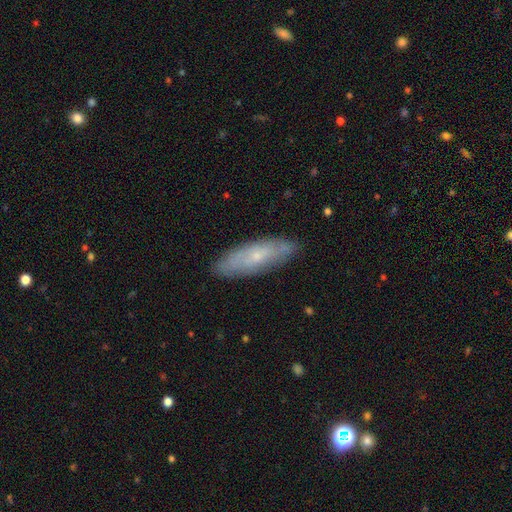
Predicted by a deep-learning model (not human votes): Q: Smooth or featured?
A: featured or disk (47%); runner-up: smooth (46%)
Q: Merging?
A: none (83%); runner-up: minor disturbance (13%)